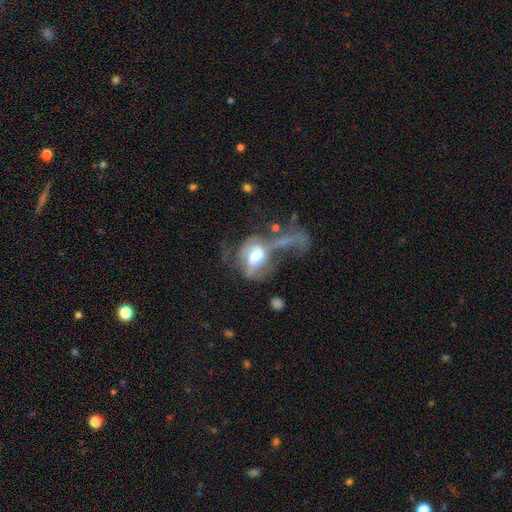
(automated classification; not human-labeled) This appears to be a featured or disk galaxy (52%). Merging: major disturbance (56%).